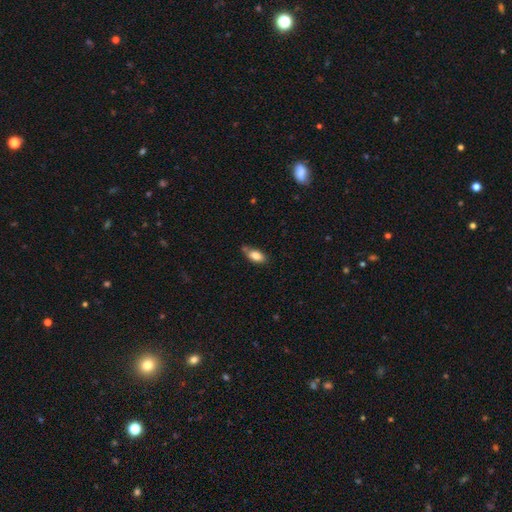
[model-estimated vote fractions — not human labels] This is clearly a smooth galaxy (81%). How rounded: clearly in between (90%). Merging: likely none (65%).